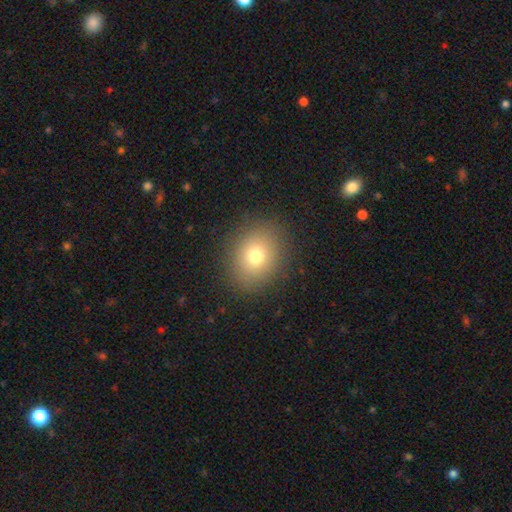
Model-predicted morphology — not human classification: Q: Smooth or featured?
A: smooth (74%); runner-up: star or artifact (14%)
Q: How rounded?
A: round (62%); runner-up: in between (37%)
Q: Merging?
A: none (87%); runner-up: minor disturbance (8%)